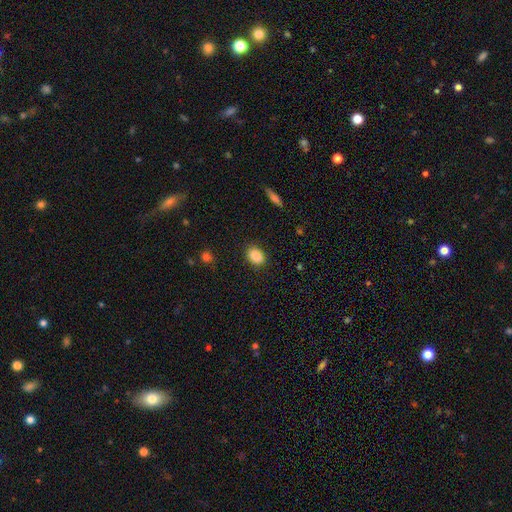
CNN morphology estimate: Smooth or featured: smooth — 87% (star or artifact — 8%)
How rounded: in between — 66% (round — 33%)
Merging: none — 87% (minor disturbance — 9%)